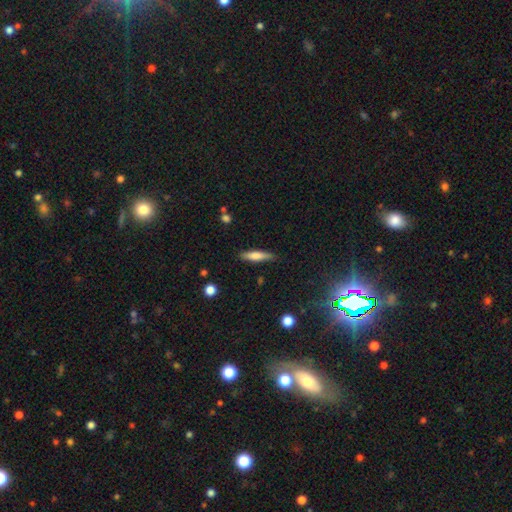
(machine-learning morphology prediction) Smooth or featured: smooth — 68% (featured or disk — 26%)
How rounded: cigar-shaped — 79% (in between — 19%)
Merging: none — 83% (minor disturbance — 13%)